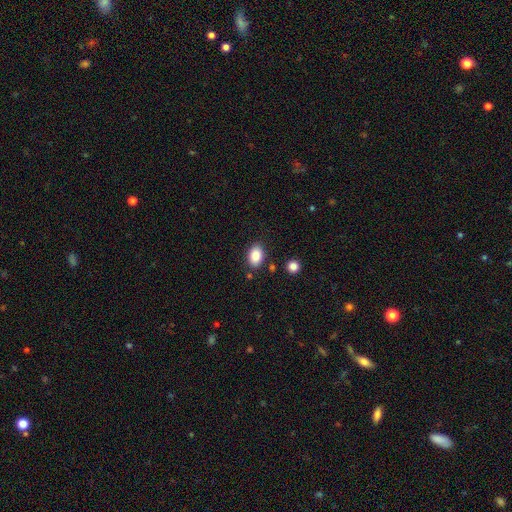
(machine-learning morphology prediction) Smooth or featured? smooth (87%)
How rounded? in between (85%)
Merging? none (83%)